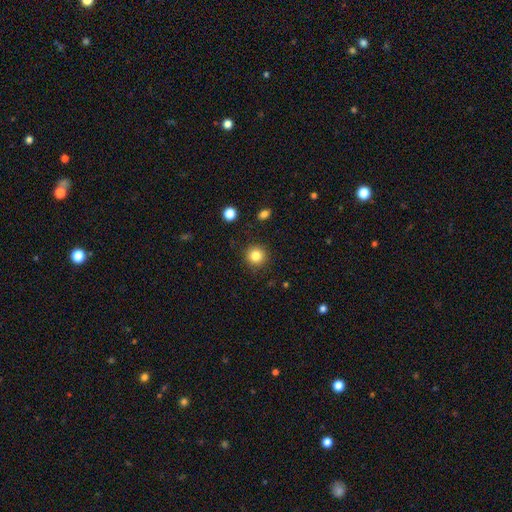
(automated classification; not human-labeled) Overall: smooth (84%). How rounded: round (94%). Merging: none (90%).